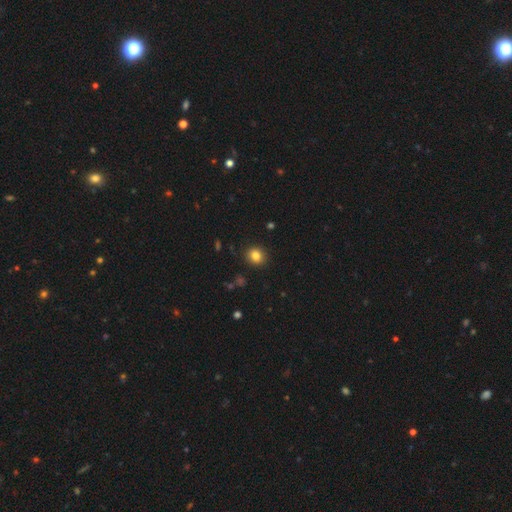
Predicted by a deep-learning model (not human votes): This appears to be a smooth galaxy with no disk features (82%) that is round (80%). Merging: none (90%).